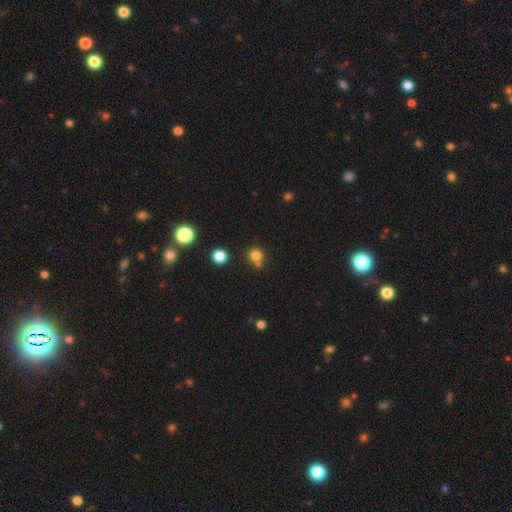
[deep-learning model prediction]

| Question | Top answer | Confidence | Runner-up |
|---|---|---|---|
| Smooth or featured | smooth | 77% | star or artifact (16%) |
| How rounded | round | 90% | in between (10%) |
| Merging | none | 64% | merger (24%) |